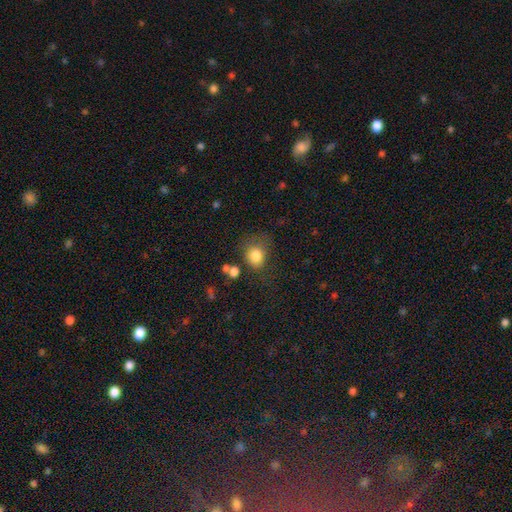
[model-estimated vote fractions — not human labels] smooth 81%, star or artifact 12%, featured or disk 8%. Down the decision tree: how rounded — round (62%); merging — none (51%).